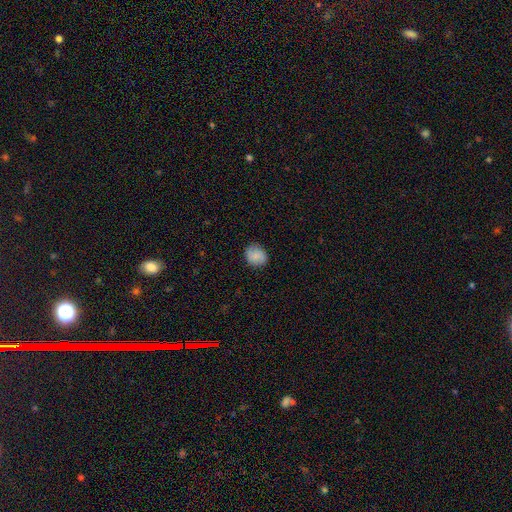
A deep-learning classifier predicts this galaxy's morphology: Q: Smooth or featured?
A: smooth (80%); runner-up: featured or disk (12%)
Q: How rounded?
A: round (72%); runner-up: in between (27%)
Q: Merging?
A: none (84%); runner-up: minor disturbance (12%)